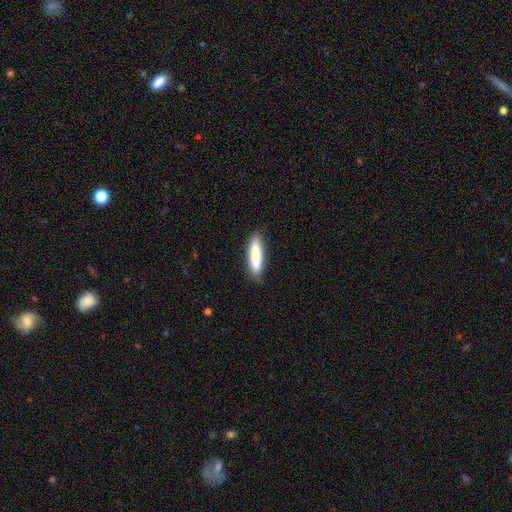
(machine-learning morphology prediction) This appears to be a smooth galaxy with no disk features (82%) that is cigar-shaped (80%). Merging: none (86%).